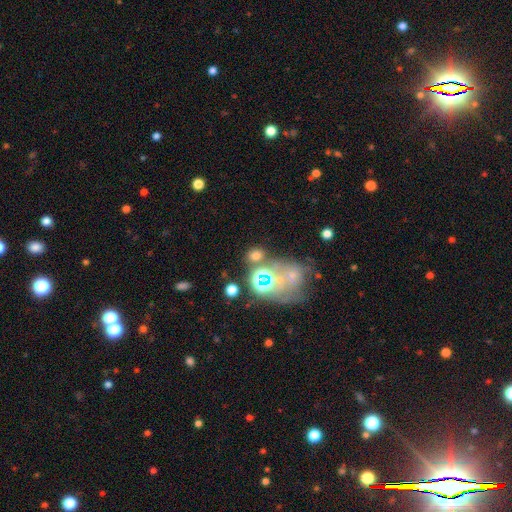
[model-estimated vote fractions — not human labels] Smooth or featured: smooth — 60% (star or artifact — 30%)
How rounded: round — 66% (in between — 33%)
Merging: none — 64% (merger — 17%)